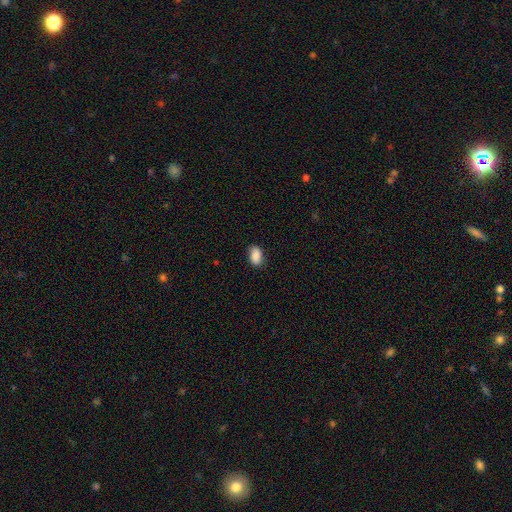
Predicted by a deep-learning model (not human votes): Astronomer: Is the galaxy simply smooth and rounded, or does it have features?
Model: smooth — 88%.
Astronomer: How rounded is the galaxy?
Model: in between — 90%.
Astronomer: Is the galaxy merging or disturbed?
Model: none — 82%.